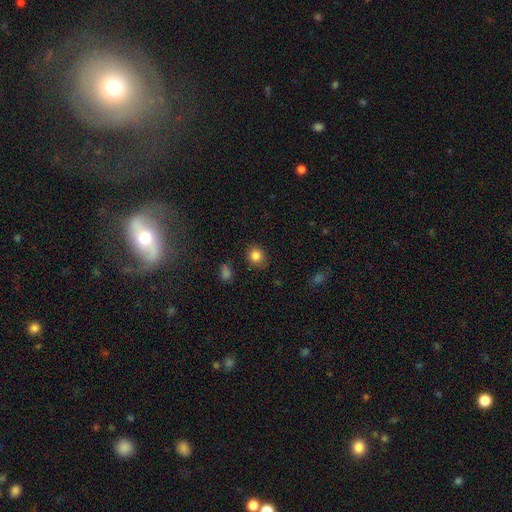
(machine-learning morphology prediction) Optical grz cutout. It shows a smooth galaxy with no disk features (84%) that is round (75%). Merging: none (81%).